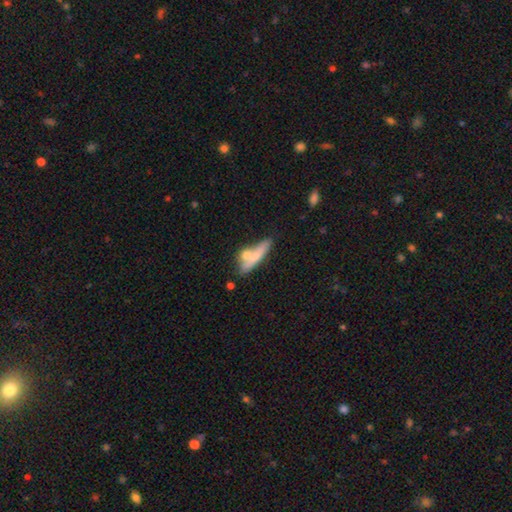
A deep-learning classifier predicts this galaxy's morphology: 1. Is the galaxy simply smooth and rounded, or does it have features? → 64% smooth, 29% featured or disk, 7% star or artifact.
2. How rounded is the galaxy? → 72% cigar-shaped, 24% in between, 4% round.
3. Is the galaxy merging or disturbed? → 47% none, 29% merger, 17% minor disturbance, 7% major disturbance.